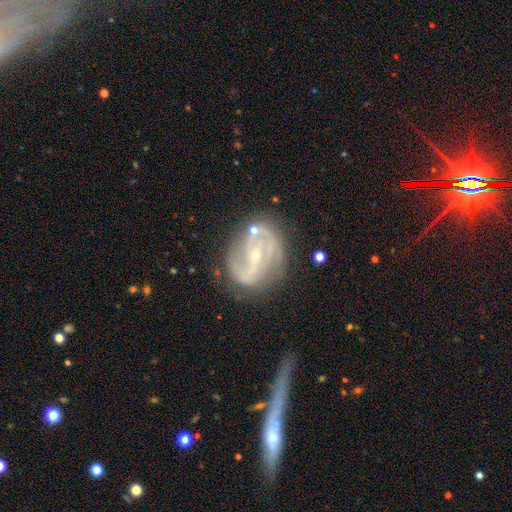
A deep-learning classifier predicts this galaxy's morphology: This is clearly a featured or disk galaxy (82%). It is clearly not viewed edge-on (96%). Bar: marginally weak (37%). Spiral arm pattern: clearly yes (89%). Spiral arm count: likely 2 (66%). Spiral winding: marginally medium (44%). Central bulge: likely small (77%). Merging: possibly none (60%).